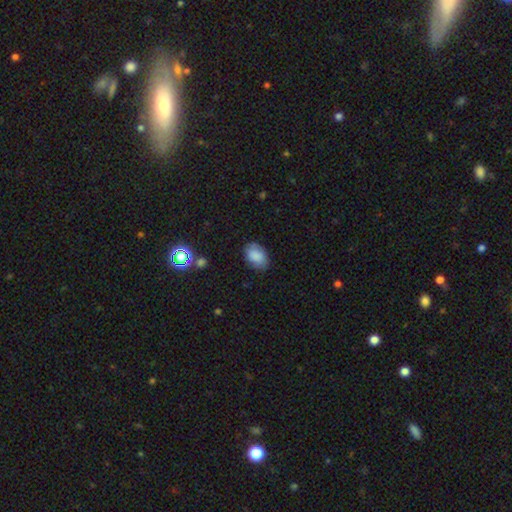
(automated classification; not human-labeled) smooth 85%, star or artifact 9%, featured or disk 6%. Down the decision tree: how rounded — in between (84%); merging — none (79%).